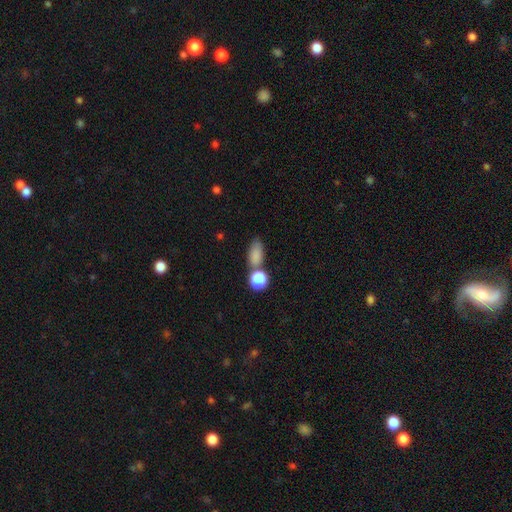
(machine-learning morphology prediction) type=smooth (81%); roundness=in between (80%); merging=none (54%).